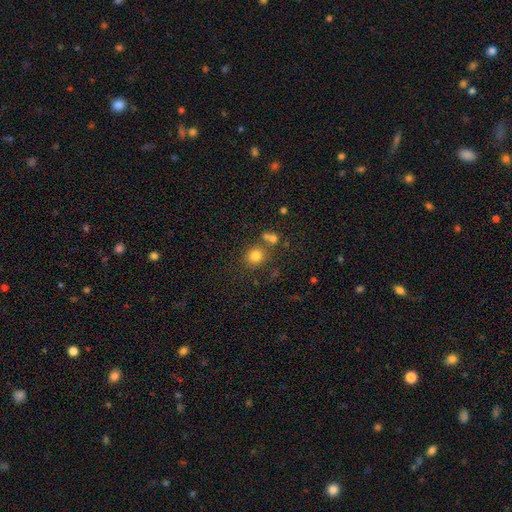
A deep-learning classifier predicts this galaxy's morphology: This appears to be a smooth galaxy with no disk features (79%) that is round (84%). Merging: none (70%).